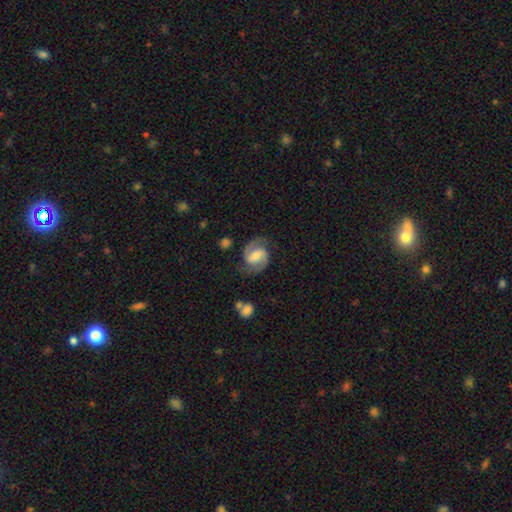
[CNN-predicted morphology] This appears to be a featured or disk galaxy (83%) with a weak bar (48%), 2 (93%) medium (56%) spiral arms (96%) and a moderate central bulge (54%). Merging: none (78%).